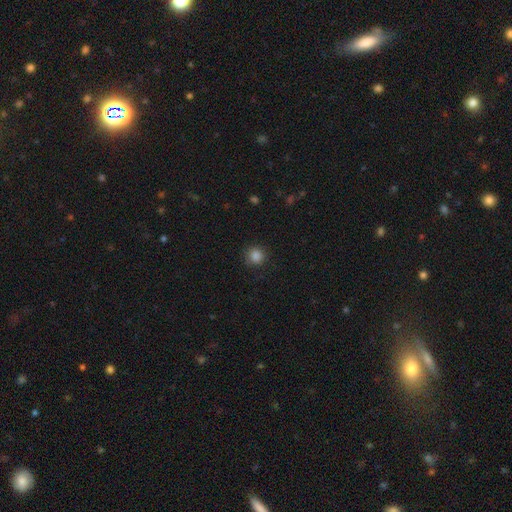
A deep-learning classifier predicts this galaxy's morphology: smooth 85%, star or artifact 12%, featured or disk 4%. Down the decision tree: how rounded — round (92%); merging — none (86%).